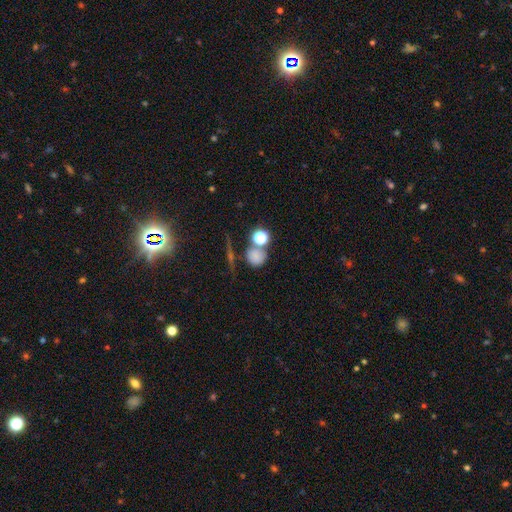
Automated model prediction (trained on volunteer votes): This appears to be a smooth galaxy with no disk features (72%) that is round (81%). Merging: none (55%).